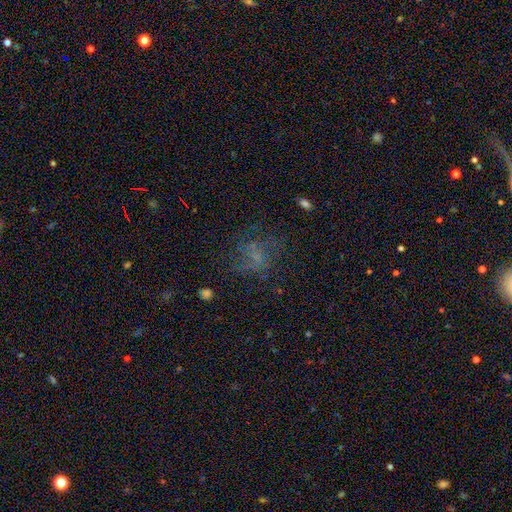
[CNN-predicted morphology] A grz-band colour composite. It shows a smooth galaxy with no disk features (39%). Merging: none (52%).